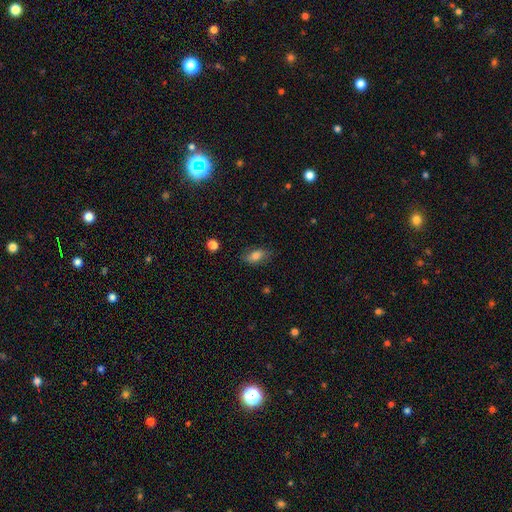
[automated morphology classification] Smooth or featured: smooth — 76% (featured or disk — 15%)
How rounded: in between — 85% (cigar-shaped — 7%)
Merging: none — 78% (minor disturbance — 17%)